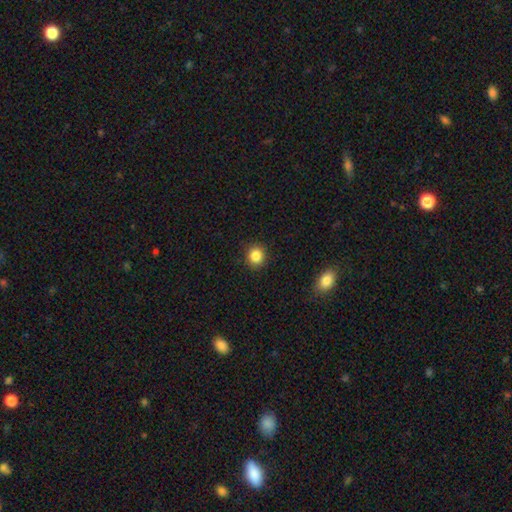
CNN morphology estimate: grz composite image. It shows a smooth galaxy with no disk features (86%) that is round (87%). Merging: none (90%).